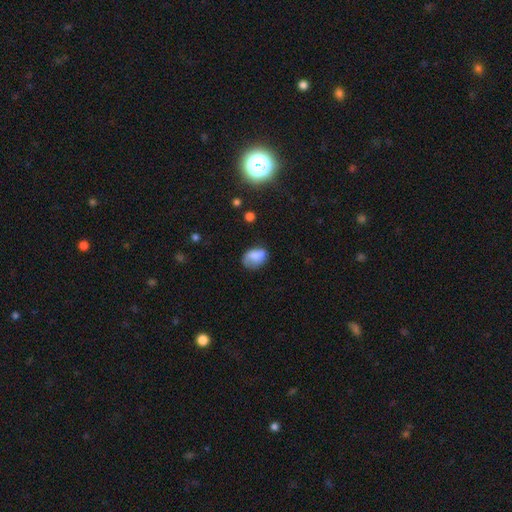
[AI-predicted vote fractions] Smooth or featured? smooth (70%)
How rounded? in between (78%)
Merging? none (53%)